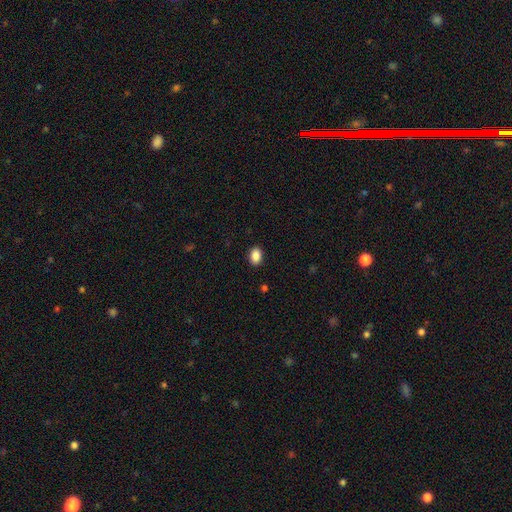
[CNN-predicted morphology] The model was most divided on "how rounded": in between: 81%, round: 18%, cigar-shaped: 1%. More confident: merging — none (90%); smooth or featured — smooth (88%).